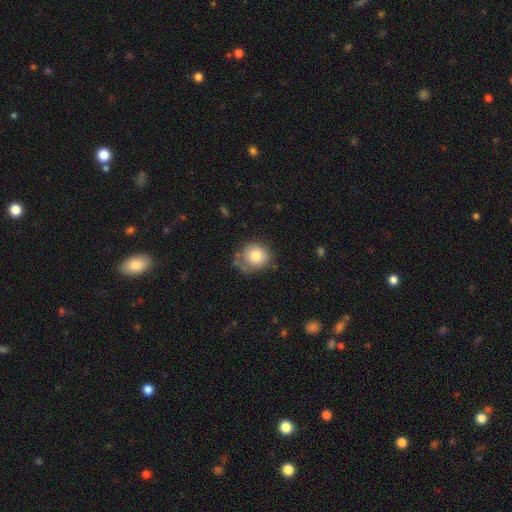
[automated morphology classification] type=smooth (81%); roundness=round (82%); merging=none (60%).